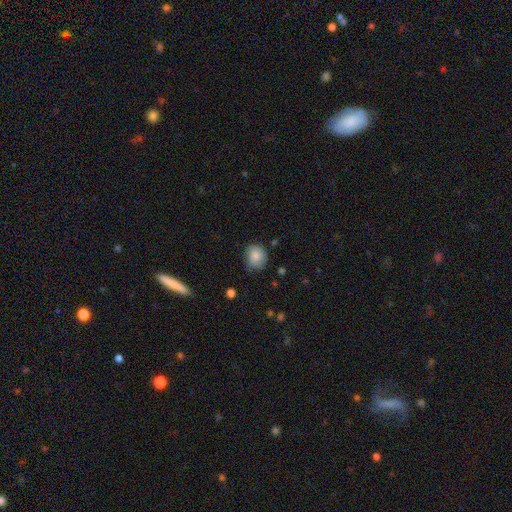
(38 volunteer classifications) Volunteers were most divided on "how rounded": round: 76%, in between: 24%, cigar-shaped: 0%. More confident: merging — none (77%); smooth or featured — smooth (76%).